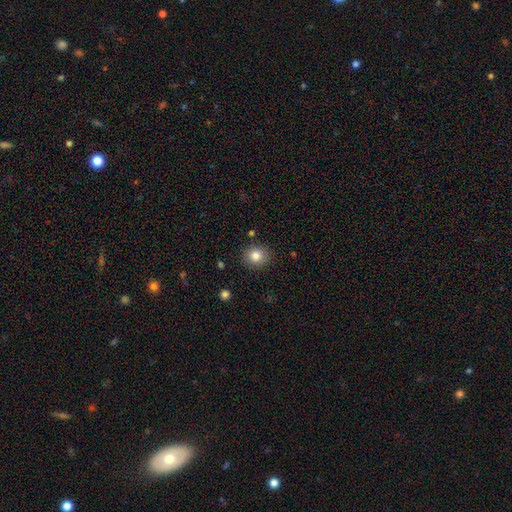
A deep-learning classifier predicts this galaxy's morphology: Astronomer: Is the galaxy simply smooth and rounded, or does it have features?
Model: smooth — 83%.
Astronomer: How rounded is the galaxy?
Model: round — 78%.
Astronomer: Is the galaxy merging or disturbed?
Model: none — 87%.